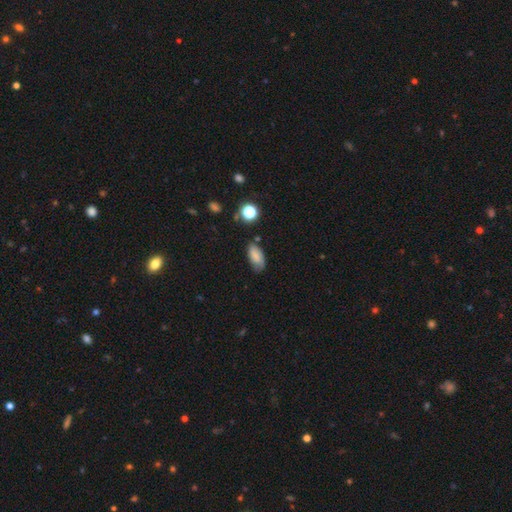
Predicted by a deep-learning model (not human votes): Q: Smooth or featured?
A: smooth (73%); runner-up: featured or disk (17%)
Q: How rounded?
A: in between (91%); runner-up: cigar-shaped (5%)
Q: Merging?
A: none (67%); runner-up: minor disturbance (24%)